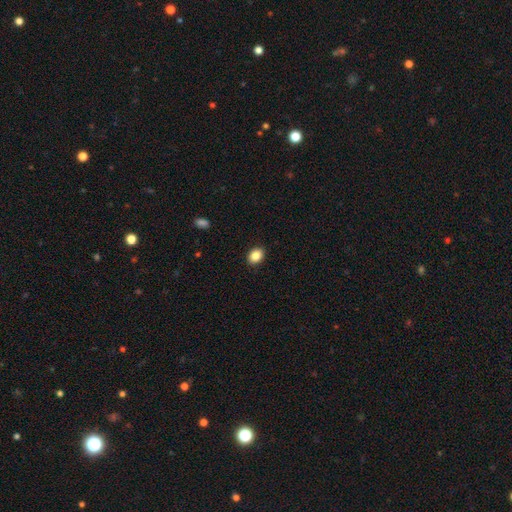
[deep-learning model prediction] Q: Smooth or featured?
A: smooth (86%); runner-up: star or artifact (9%)
Q: How rounded?
A: in between (61%); runner-up: round (38%)
Q: Merging?
A: none (91%); runner-up: minor disturbance (7%)